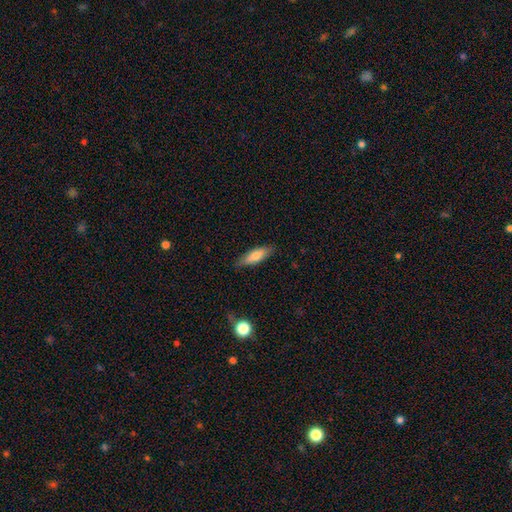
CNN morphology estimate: A smooth galaxy with no disk features (72%) that is cigar-shaped (50%).

Vote fractions:
- Smooth or featured? smooth: 72% / featured or disk: 22% / star or artifact: 6%
- How rounded? cigar-shaped: 50% / in between: 48% / round: 2%
- Merging? none: 83% / minor disturbance: 13% / major disturbance: 2% / merger: 1%